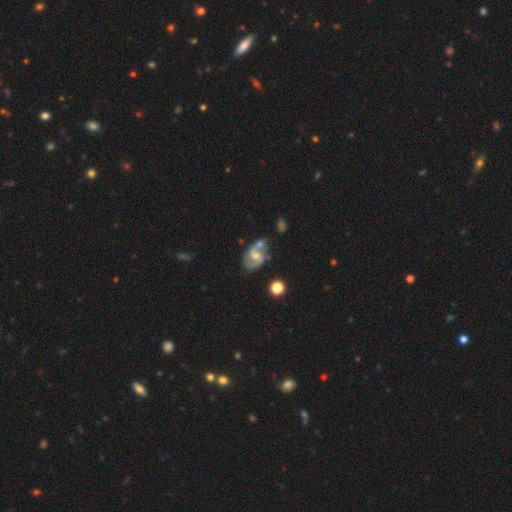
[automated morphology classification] This is likely a featured or disk galaxy (79%). It is clearly not viewed edge-on (97%). Bar: possibly weak (48%). Spiral arm pattern: clearly yes (92%). Spiral arm count: clearly 2 (88%). Spiral winding: possibly medium (51%). Central bulge: possibly moderate (46%). Merging: possibly none (48%).